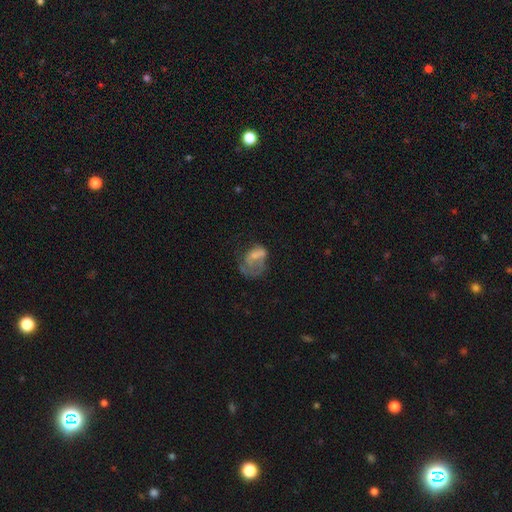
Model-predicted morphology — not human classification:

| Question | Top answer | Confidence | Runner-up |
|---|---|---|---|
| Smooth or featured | smooth | 48% | featured or disk (41%) |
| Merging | major disturbance | 52% | none (23%) |